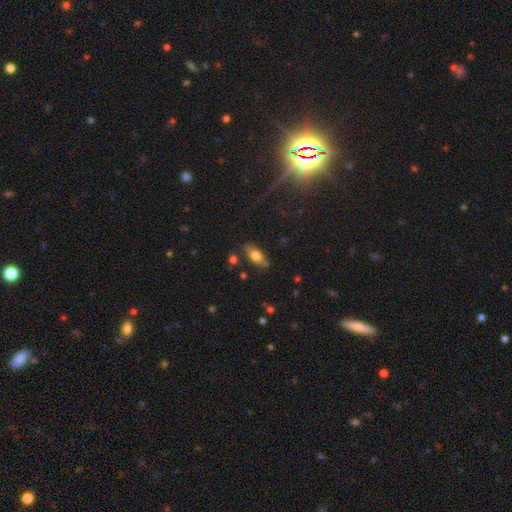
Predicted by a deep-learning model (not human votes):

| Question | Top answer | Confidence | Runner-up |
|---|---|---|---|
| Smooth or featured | smooth | 69% | featured or disk (22%) |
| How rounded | in between | 81% | cigar-shaped (14%) |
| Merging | none | 73% | minor disturbance (18%) |